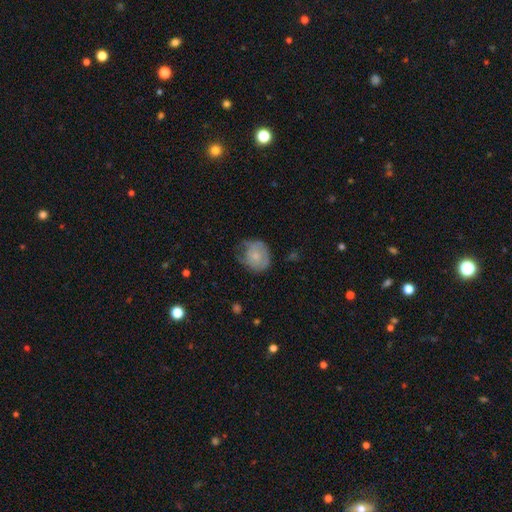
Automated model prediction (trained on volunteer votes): This appears to be a smooth galaxy with no disk features (65%) that is round (69%). Merging: none (45%).